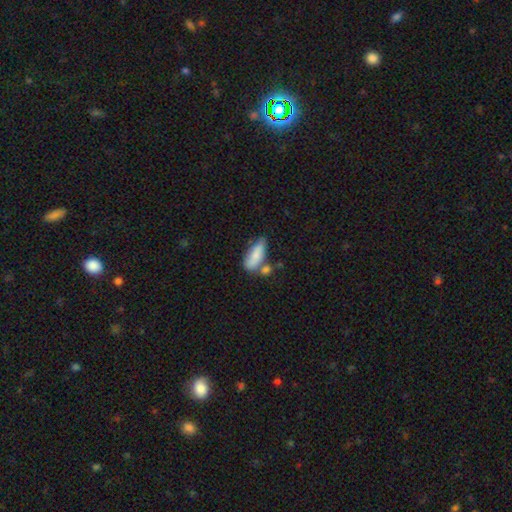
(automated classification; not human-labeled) A smooth galaxy with no disk features (78%) that is in between round and cigar-shaped (74%).

Vote fractions:
- Smooth or featured? smooth: 78% / featured or disk: 15% / star or artifact: 7%
- How rounded? in between: 74% / cigar-shaped: 23% / round: 3%
- Merging? none: 46% / merger: 24% / minor disturbance: 22% / major disturbance: 7%